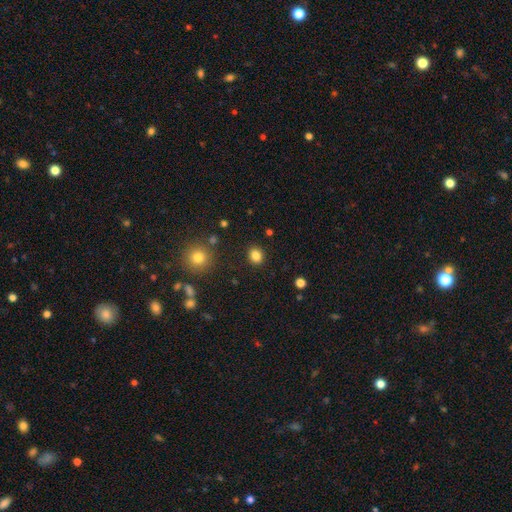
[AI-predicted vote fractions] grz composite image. It shows a smooth galaxy with no disk features (84%) that is round (68%). Merging: none (88%).